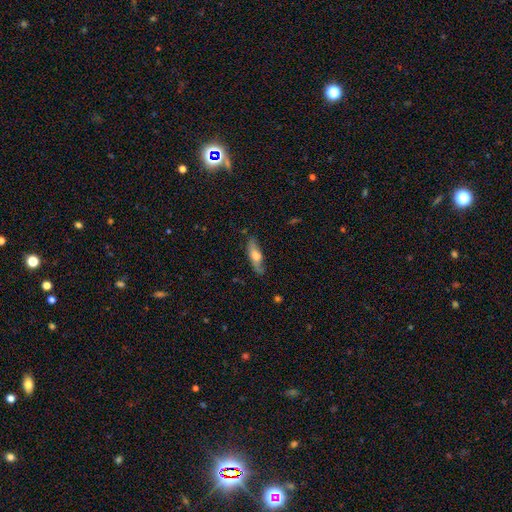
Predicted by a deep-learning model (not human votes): A smooth galaxy with no disk features (53%) that is cigar-shaped (55%). Merging: none (72%).